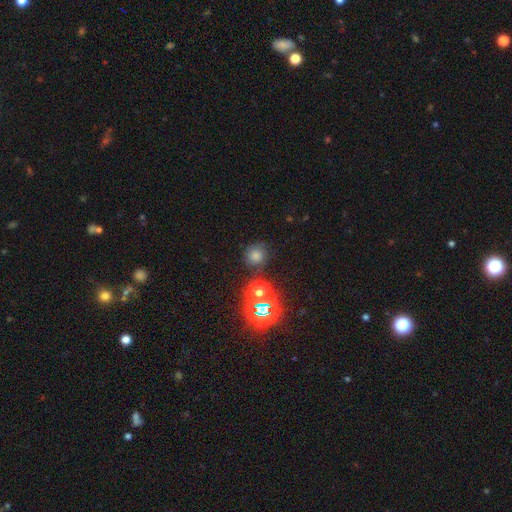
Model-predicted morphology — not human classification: Smooth or featured?
  - smooth: 64% *
  - star or artifact: 26%
  - featured or disk: 9%
How rounded?
  - round: 89% *
  - in between: 10%
  - cigar-shaped: 1%
Merging?
  - none: 76% *
  - minor disturbance: 14%
  - major disturbance: 5%
  - merger: 5%